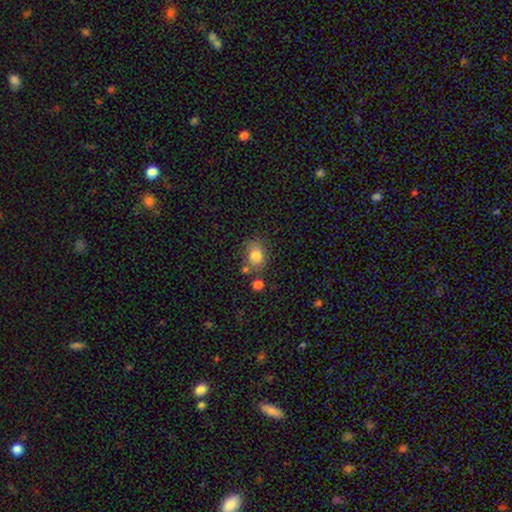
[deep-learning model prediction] Morphology: type=smooth (81%); roundness=in between (54%); merging=none (65%).